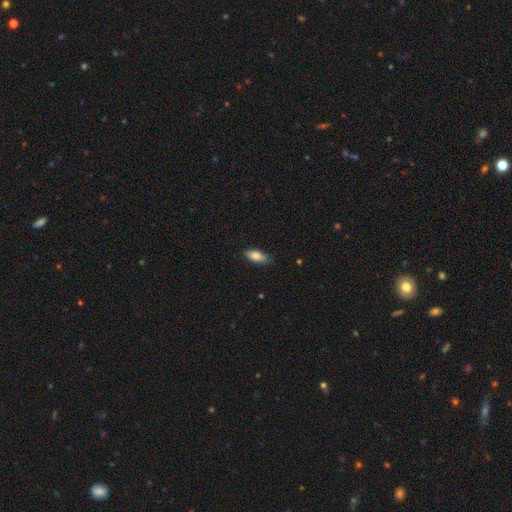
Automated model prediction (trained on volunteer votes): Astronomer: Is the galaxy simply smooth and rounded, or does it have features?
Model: smooth — 82%.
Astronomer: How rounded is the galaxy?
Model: in between — 84%.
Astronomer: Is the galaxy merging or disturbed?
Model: none — 82%.